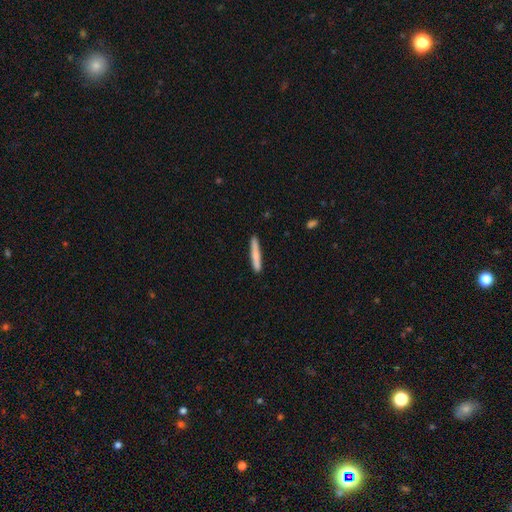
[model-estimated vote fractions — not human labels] smooth 75%, featured or disk 20%, star or artifact 5%. Down the decision tree: how rounded — cigar-shaped (95%); merging — none (89%).